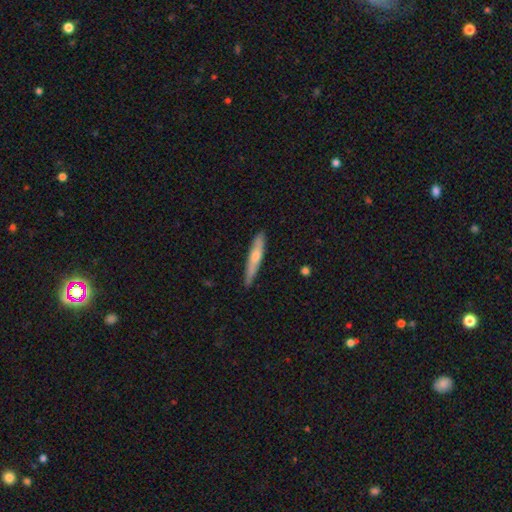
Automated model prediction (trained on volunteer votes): smooth-or-featured: featured or disk: 49% | smooth: 44% | star or artifact: 6%
  merging: none: 87% | minor disturbance: 10% | major disturbance: 2% | merger: 1%